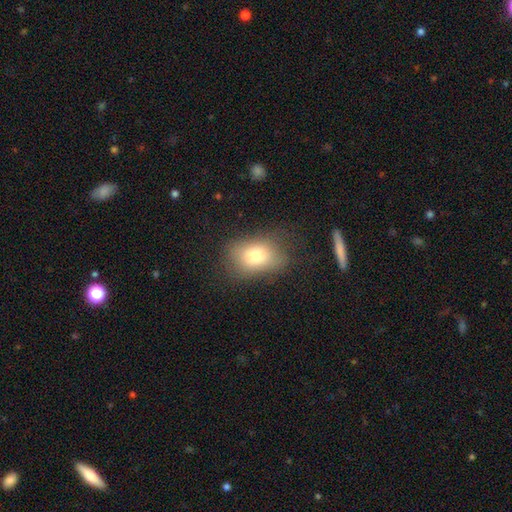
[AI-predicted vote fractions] smooth 78%, featured or disk 13%, star or artifact 9%. Down the decision tree: how rounded — in between (81%); merging — none (67%).